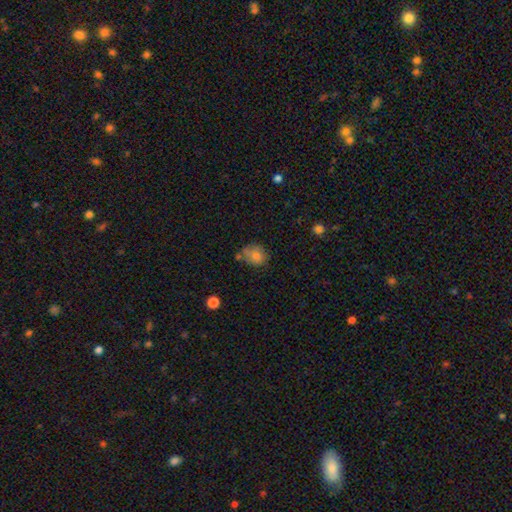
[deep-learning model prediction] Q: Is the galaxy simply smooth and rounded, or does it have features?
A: smooth — 76%.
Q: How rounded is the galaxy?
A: round — 64%.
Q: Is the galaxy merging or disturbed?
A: none — 56%.